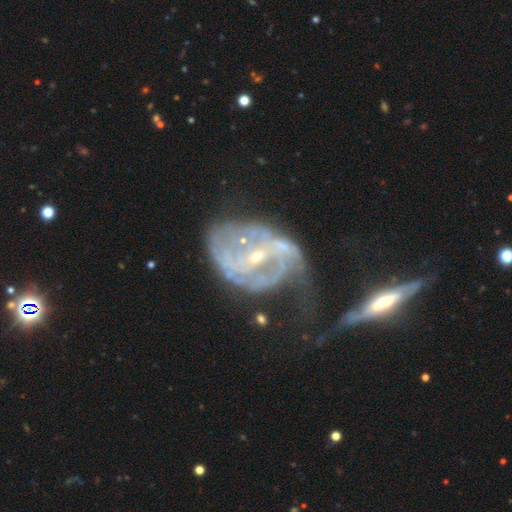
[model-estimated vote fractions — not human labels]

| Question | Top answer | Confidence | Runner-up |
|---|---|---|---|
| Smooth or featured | featured or disk | 83% | smooth (9%) |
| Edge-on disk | no | 95% | yes (5%) |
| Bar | no | 42% | weak (33%) |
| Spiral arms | yes | 76% | no (24%) |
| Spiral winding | tight | 37% | tied: medium (37%) |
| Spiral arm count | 2 | 37% | tied: can't tell (37%) |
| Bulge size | small | 79% | moderate (16%) |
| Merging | major disturbance | 41% | minor disturbance (22%) |